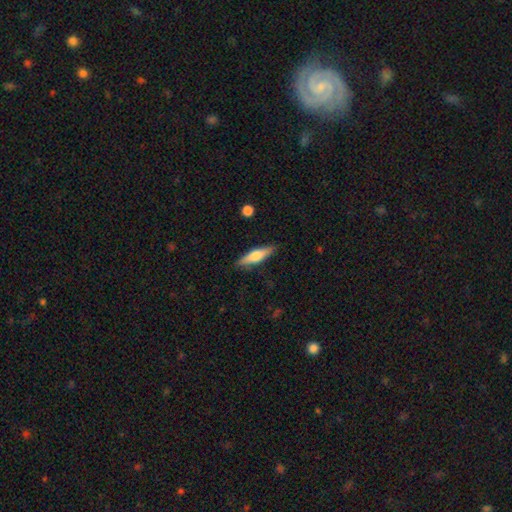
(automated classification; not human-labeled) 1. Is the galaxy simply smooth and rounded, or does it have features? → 55% smooth, 39% featured or disk, 6% star or artifact.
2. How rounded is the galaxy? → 69% cigar-shaped, 29% in between, 2% round.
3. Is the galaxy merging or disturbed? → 87% none, 10% minor disturbance, 2% major disturbance, 1% merger.